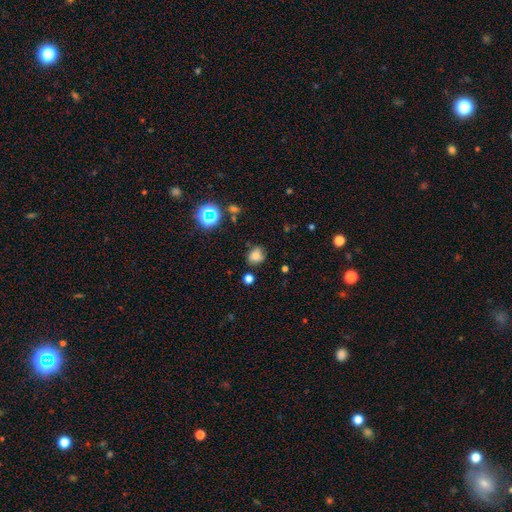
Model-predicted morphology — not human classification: Q: Smooth or featured?
A: smooth (71%); runner-up: star or artifact (17%)
Q: How rounded?
A: round (63%); runner-up: in between (36%)
Q: Merging?
A: none (70%); runner-up: minor disturbance (21%)